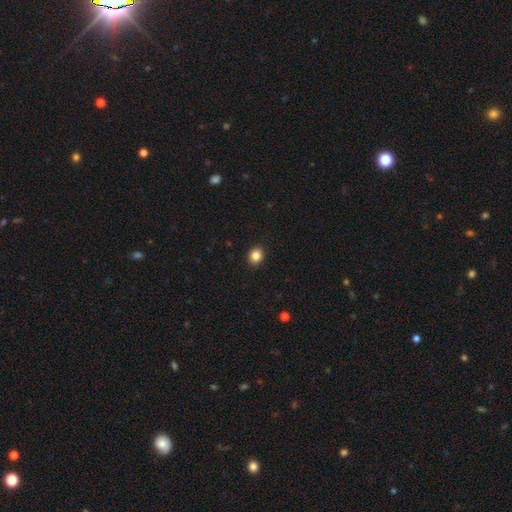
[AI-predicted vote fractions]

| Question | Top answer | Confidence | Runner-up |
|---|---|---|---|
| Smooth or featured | smooth | 85% | star or artifact (10%) |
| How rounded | round | 64% | in between (35%) |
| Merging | none | 91% | minor disturbance (6%) |